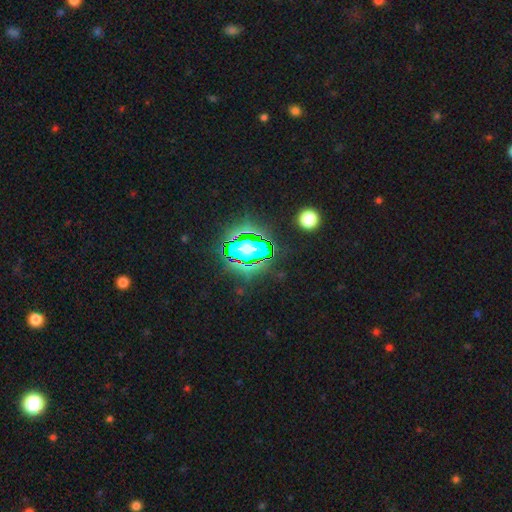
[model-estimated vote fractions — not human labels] Q: Smooth or featured?
A: star or artifact (60%); runner-up: smooth (24%)